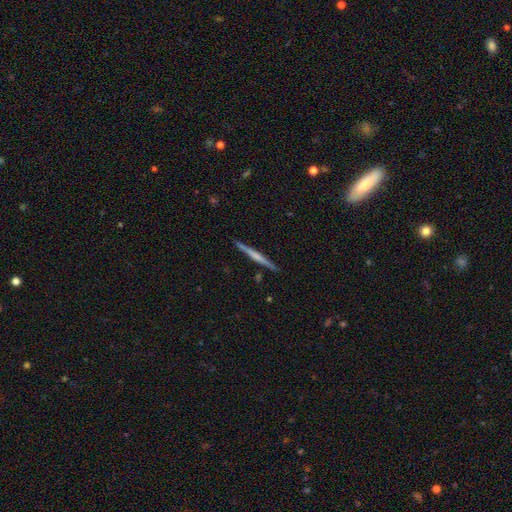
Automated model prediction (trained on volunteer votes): The model was most divided on "smooth or featured": featured or disk: 60%, smooth: 35%, star or artifact: 6%. More confident: edge-on disk — yes (98%); merging — none (90%); edge-on bulge — none (55%).